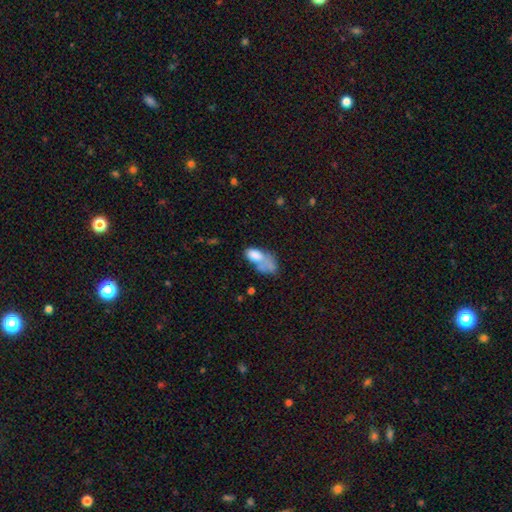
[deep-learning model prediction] Smooth or featured? smooth (69%)
How rounded? in between (90%)
Merging? merger (38%)